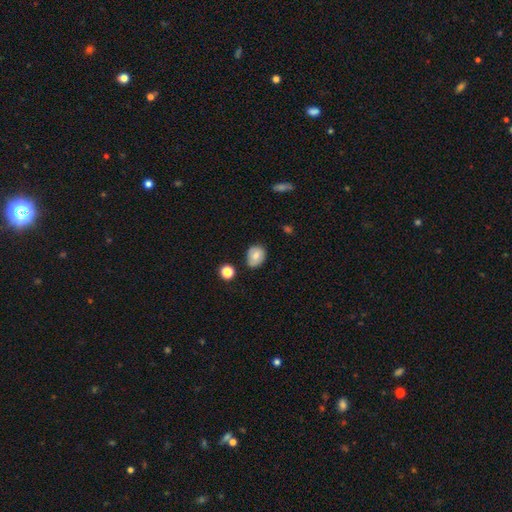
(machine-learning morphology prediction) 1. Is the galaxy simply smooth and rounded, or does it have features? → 71% smooth, 20% featured or disk, 9% star or artifact.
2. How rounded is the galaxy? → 57% round, 42% in between, 1% cigar-shaped.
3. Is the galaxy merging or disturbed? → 74% none, 19% minor disturbance, 4% major disturbance, 3% merger.